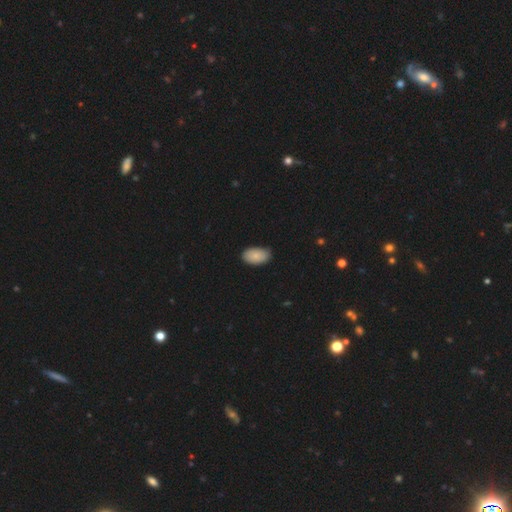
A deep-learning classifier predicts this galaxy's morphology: Smooth or featured: smooth — 85% (featured or disk — 8%)
How rounded: in between — 95% (round — 4%)
Merging: none — 81% (minor disturbance — 16%)